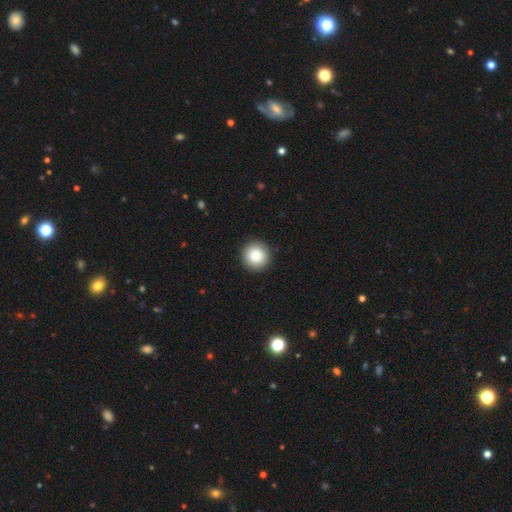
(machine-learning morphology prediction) This appears to be a smooth galaxy with no disk features (84%) that is round (95%). Merging: none (92%).